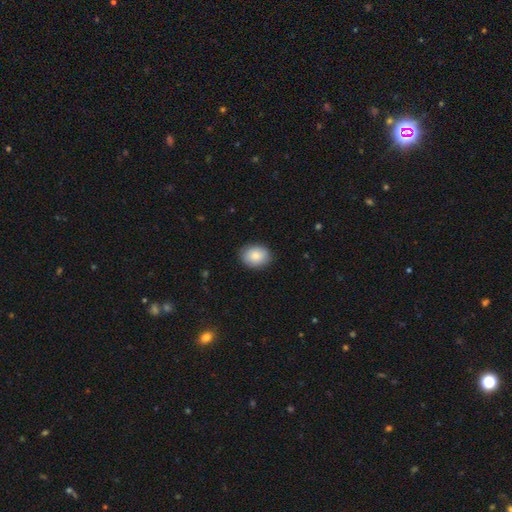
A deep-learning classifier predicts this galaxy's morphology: Smooth or featured? smooth (86%)
How rounded? in between (55%)
Merging? none (87%)